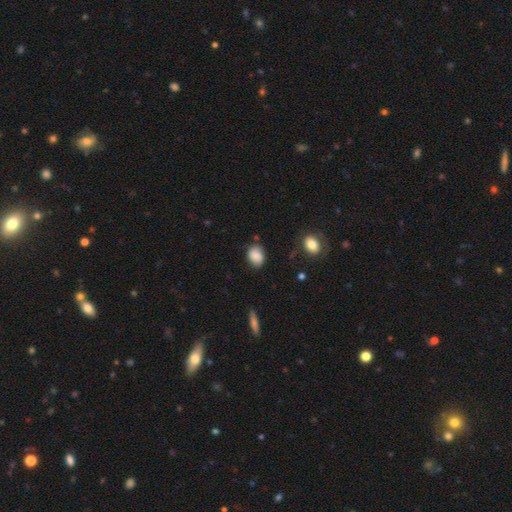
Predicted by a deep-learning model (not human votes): Q: Smooth or featured?
A: smooth (85%); runner-up: star or artifact (9%)
Q: How rounded?
A: in between (63%); runner-up: round (36%)
Q: Merging?
A: none (76%); runner-up: minor disturbance (18%)